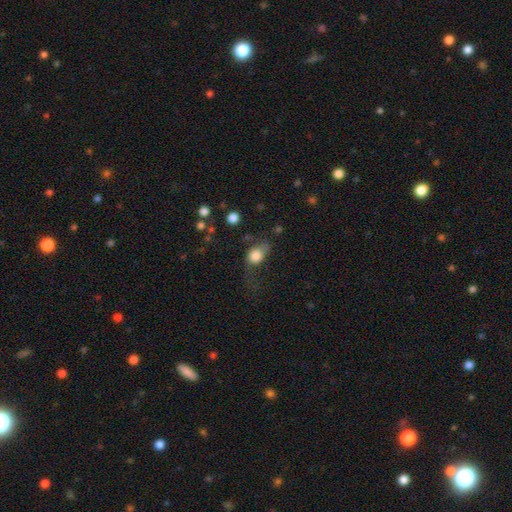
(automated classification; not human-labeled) This appears to be a smooth galaxy with no disk features (79%) that is in between round and cigar-shaped (55%). Merging: major disturbance (36%).